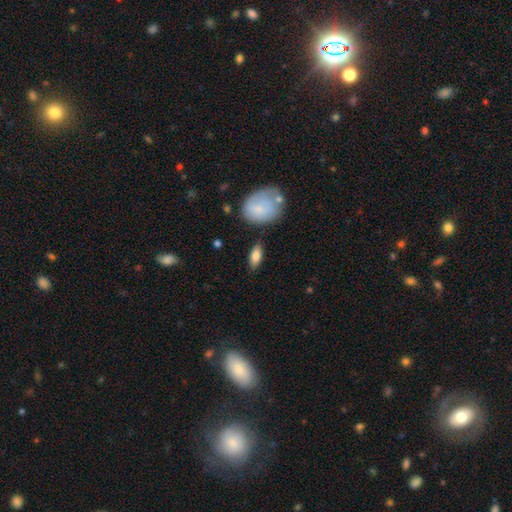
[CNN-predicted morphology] smooth-or-featured: smooth: 78% | featured or disk: 15% | star or artifact: 7%
  how-rounded: in between: 82% | cigar-shaped: 14% | round: 4%
  merging: none: 81% | minor disturbance: 12% | merger: 4% | major disturbance: 3%